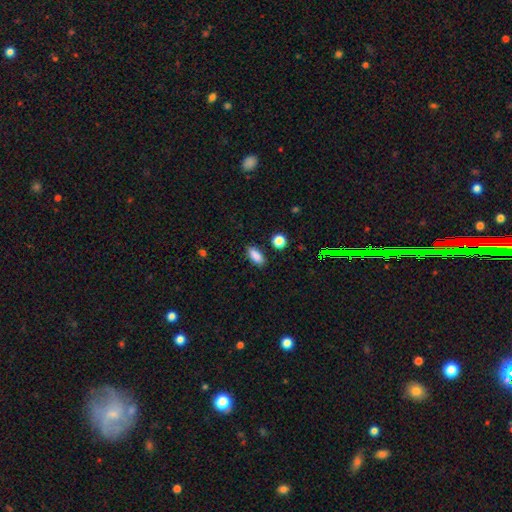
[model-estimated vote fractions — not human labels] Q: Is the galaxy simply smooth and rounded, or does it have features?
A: smooth — 86%.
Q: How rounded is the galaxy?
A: in between — 79%.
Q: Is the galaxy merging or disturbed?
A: none — 87%.